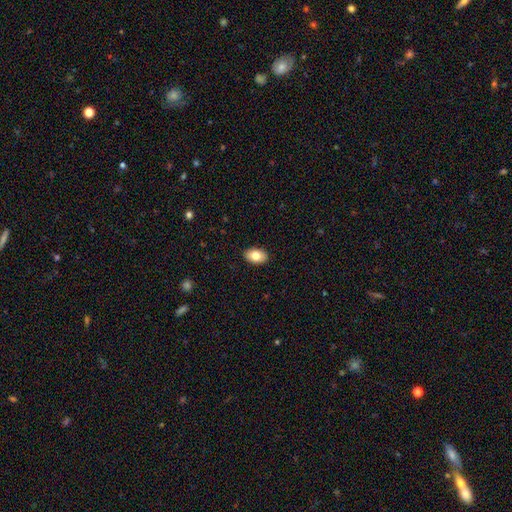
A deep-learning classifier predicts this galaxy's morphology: This is clearly a smooth galaxy (80%). How rounded: clearly in between (89%). Merging: clearly none (90%).